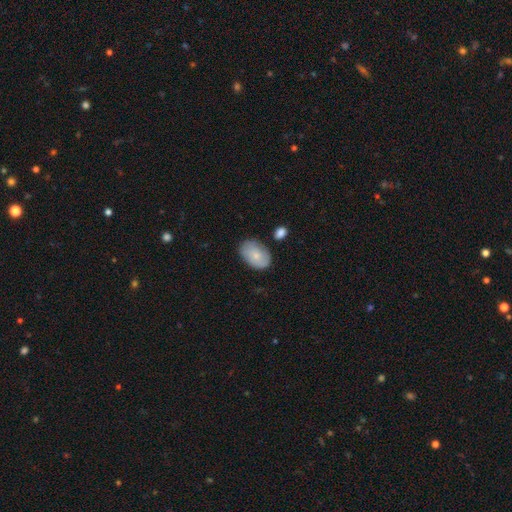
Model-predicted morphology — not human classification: Overall: smooth (73%). How rounded: in between (87%). Merging: none (71%).